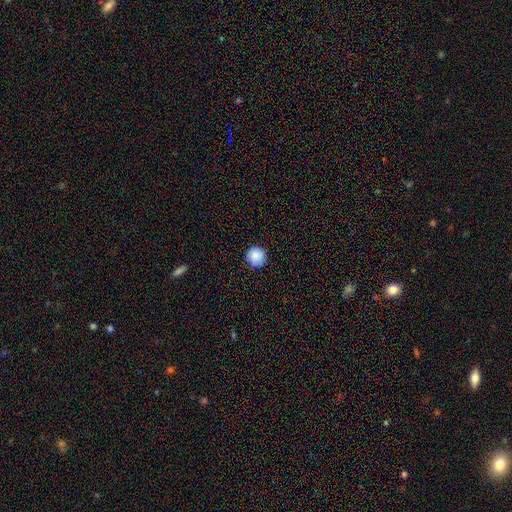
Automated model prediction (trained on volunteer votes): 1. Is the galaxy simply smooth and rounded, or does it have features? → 86% smooth, 9% star or artifact, 5% featured or disk.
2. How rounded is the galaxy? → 96% round, 3% in between, 1% cigar-shaped.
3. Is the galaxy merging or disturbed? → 88% none, 9% minor disturbance, 2% major disturbance, 1% merger.